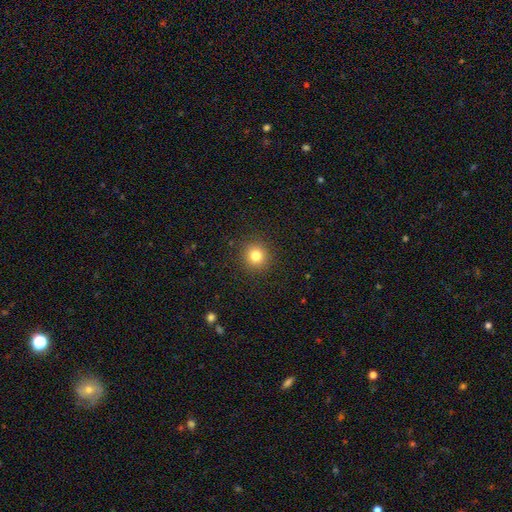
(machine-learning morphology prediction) smooth 81%, star or artifact 12%, featured or disk 6%. Down the decision tree: how rounded — round (92%); merging — none (90%).